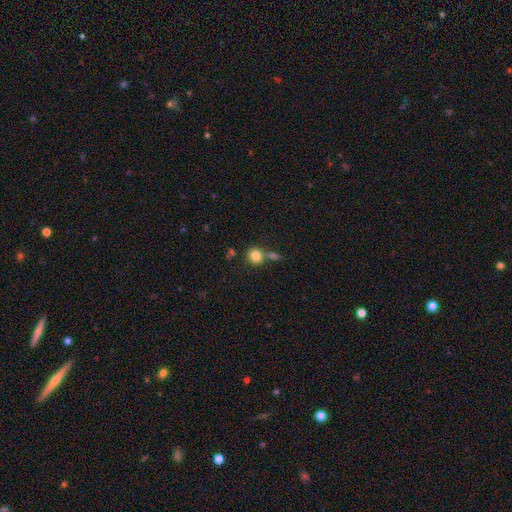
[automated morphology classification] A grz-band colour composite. It shows a smooth galaxy with no disk features (82%) that is round (86%). Merging: none (59%).